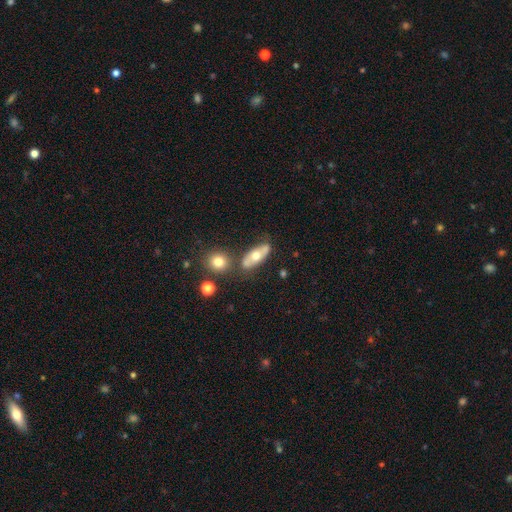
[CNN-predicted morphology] A smooth galaxy with no disk features (52%) that is in between round and cigar-shaped (75%). Merging: none (65%).